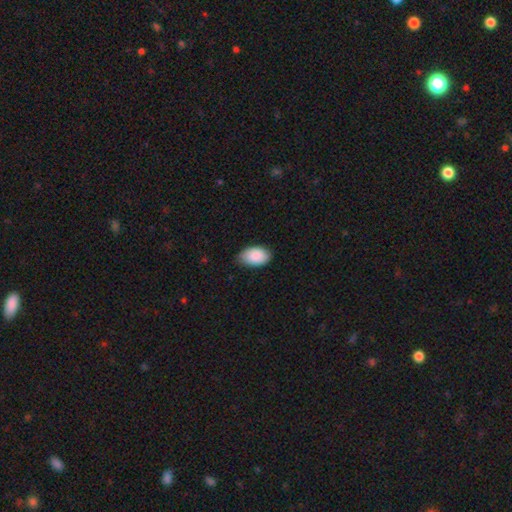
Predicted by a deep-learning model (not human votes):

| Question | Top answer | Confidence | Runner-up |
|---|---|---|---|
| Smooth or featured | smooth | 89% | star or artifact (6%) |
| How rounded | in between | 93% | round (6%) |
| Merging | none | 77% | minor disturbance (20%) |